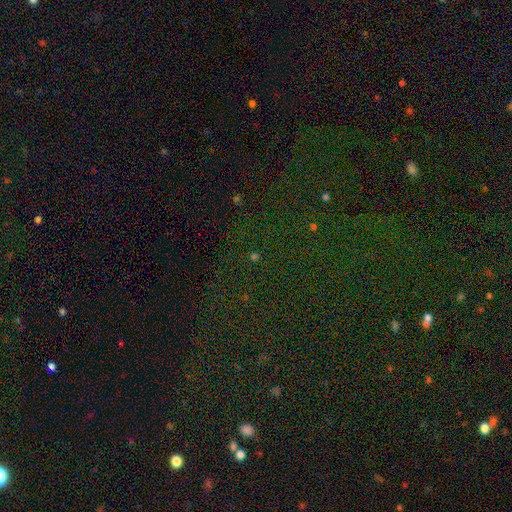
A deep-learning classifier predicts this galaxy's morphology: Smooth or featured: star or artifact — 77% (smooth — 14%)